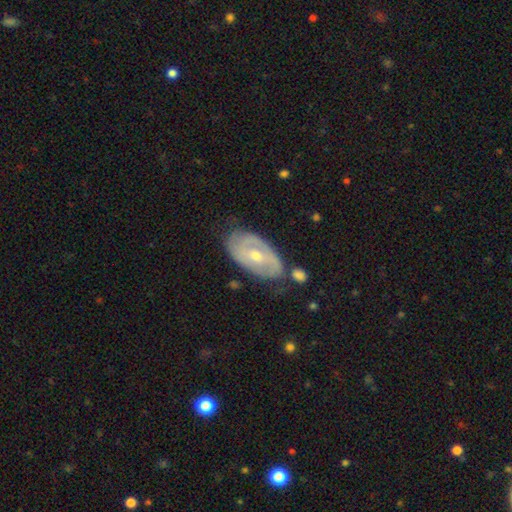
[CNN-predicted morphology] type=featured or disk (72%); edge-on=no (93%); bar=no (49%); spiral arms=yes (71%); bulge=moderate (55%); merging=none (64%).